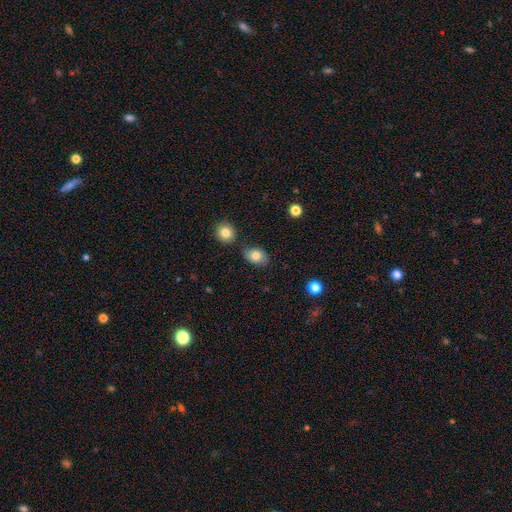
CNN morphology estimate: Smooth or featured: smooth — 80% (featured or disk — 11%)
How rounded: in between — 66% (round — 33%)
Merging: none — 76% (minor disturbance — 15%)